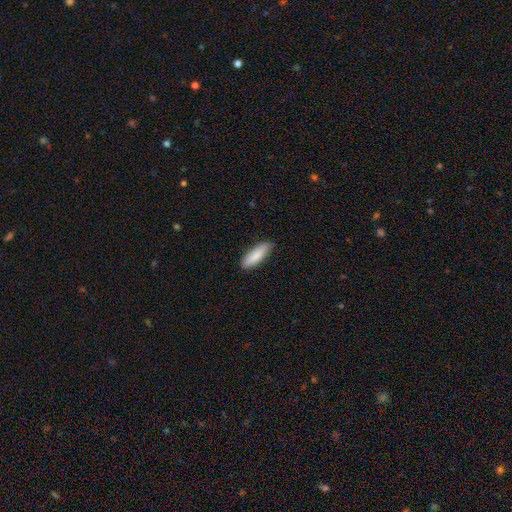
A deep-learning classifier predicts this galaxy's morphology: A smooth galaxy with no disk features (86%) that is in between round and cigar-shaped (53%).

Vote fractions:
- Smooth or featured? smooth: 86% / featured or disk: 8% / star or artifact: 5%
- How rounded? in between: 53% / cigar-shaped: 46% / round: 2%
- Merging? none: 84% / minor disturbance: 13% / major disturbance: 2% / merger: 1%